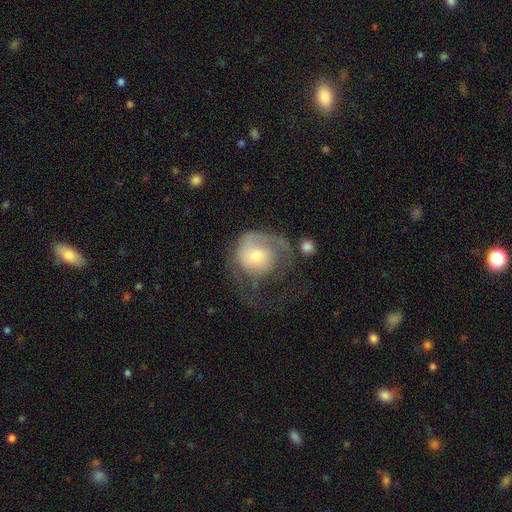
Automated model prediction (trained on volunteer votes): smooth_or_featured: featured or disk (p=0.60) [alt: smooth p=0.34]
disk_edge_on: no (p=0.97) [alt: yes p=0.03]
bar: no (p=0.75) [alt: weak p=0.21]
has_spiral_arms: yes (p=0.77) [alt: no p=0.23]
bulge_size: moderate (p=0.51) [alt: small p=0.37]
merging: major disturbance (p=0.46) [alt: none p=0.32]